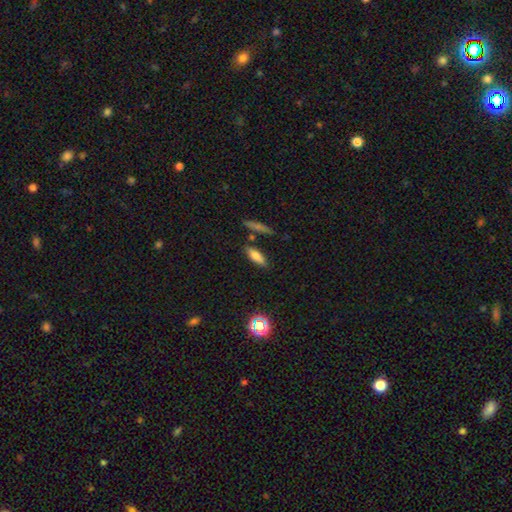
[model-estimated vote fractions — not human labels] Smooth or featured: smooth — 73% (featured or disk — 17%)
How rounded: in between — 62% (cigar-shaped — 35%)
Merging: none — 77% (minor disturbance — 13%)